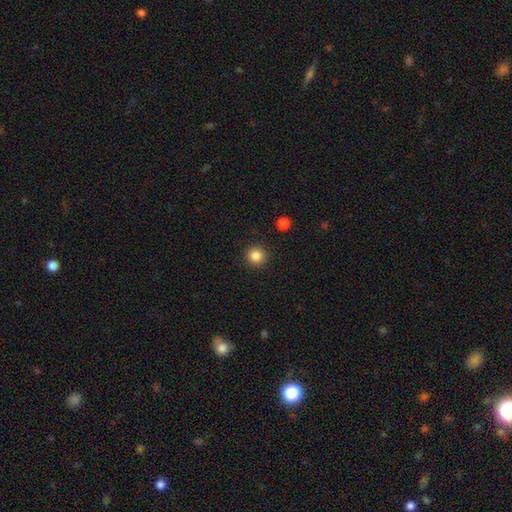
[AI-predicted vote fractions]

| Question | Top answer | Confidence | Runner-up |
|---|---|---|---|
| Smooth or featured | smooth | 84% | star or artifact (11%) |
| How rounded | round | 95% | in between (4%) |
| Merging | none | 92% | minor disturbance (5%) |